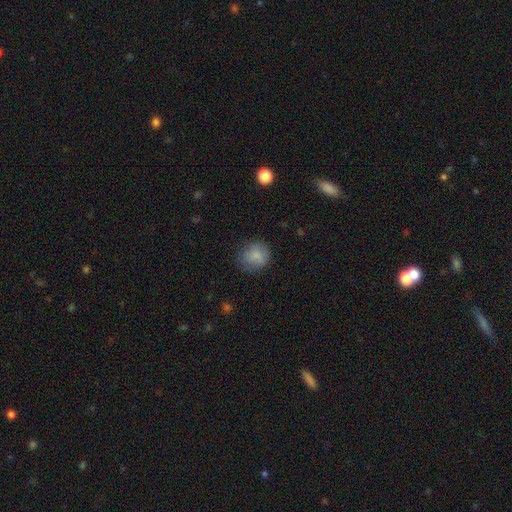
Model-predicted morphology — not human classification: A smooth galaxy with no disk features (84%) that is round (81%).

Vote fractions:
- Smooth or featured? smooth: 84% / star or artifact: 8% / featured or disk: 8%
- How rounded? round: 81% / in between: 18% / cigar-shaped: 1%
- Merging? none: 73% / minor disturbance: 20% / major disturbance: 6% / merger: 1%